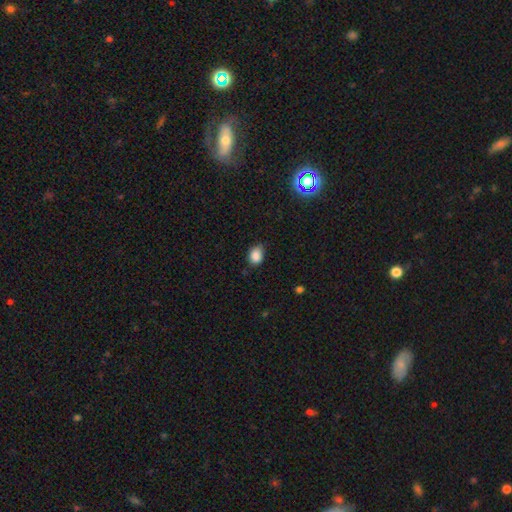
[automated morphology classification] This is clearly a smooth galaxy (86%). How rounded: likely in between (66%). Merging: likely none (68%).